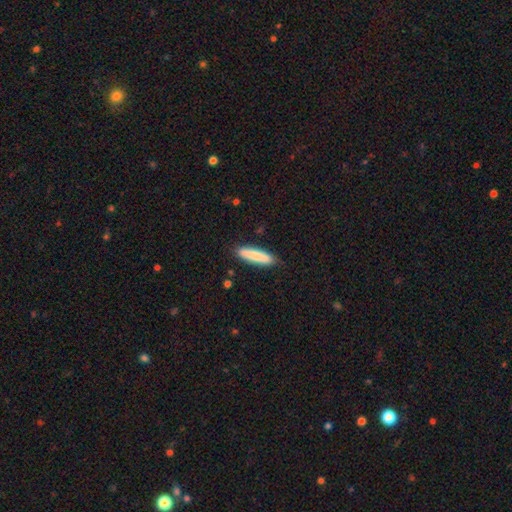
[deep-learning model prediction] Smooth or featured? smooth (84%)
How rounded? cigar-shaped (82%)
Merging? none (86%)